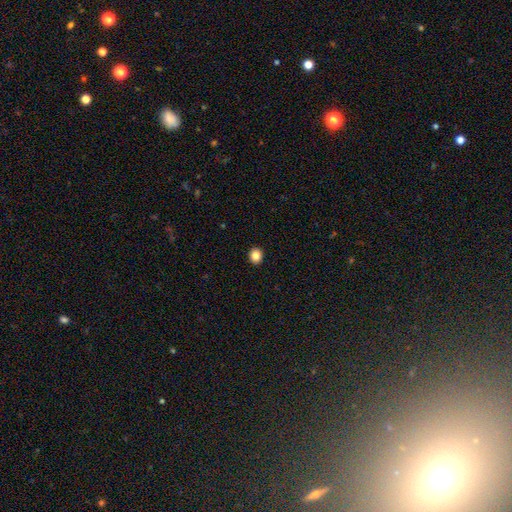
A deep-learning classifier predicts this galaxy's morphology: A smooth galaxy with no disk features (85%) that is round (76%).

Vote fractions:
- Smooth or featured? smooth: 85% / star or artifact: 10% / featured or disk: 5%
- How rounded? round: 76% / in between: 23% / cigar-shaped: 1%
- Merging? none: 93% / minor disturbance: 4% / major disturbance: 1% / merger: 1%